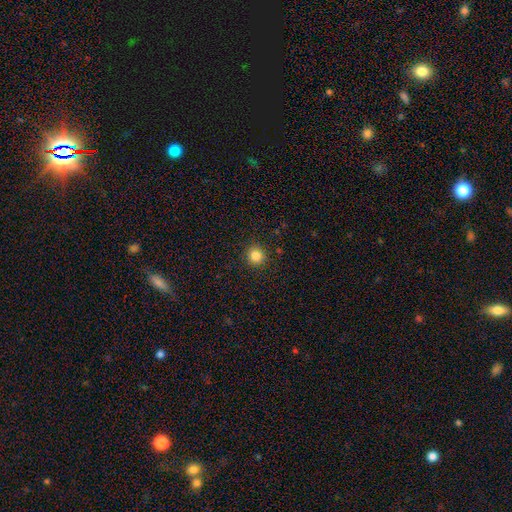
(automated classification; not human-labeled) Smooth or featured? Predicted: smooth (p=0.85). How rounded? Predicted: round (p=0.93). Merging? Predicted: none (p=0.91).